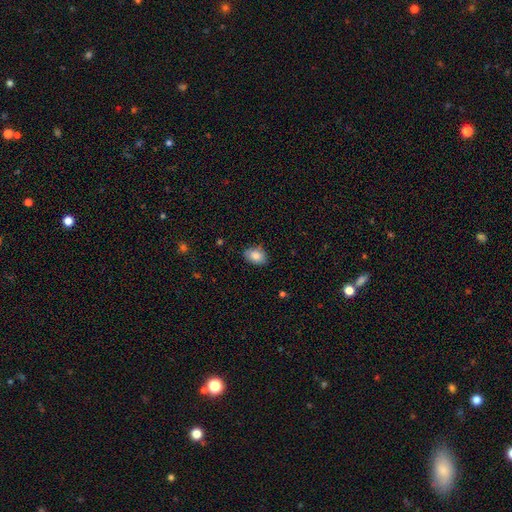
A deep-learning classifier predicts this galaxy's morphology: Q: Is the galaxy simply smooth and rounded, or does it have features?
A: smooth — 85%.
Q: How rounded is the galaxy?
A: in between — 79%.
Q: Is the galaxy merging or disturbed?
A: none — 80%.